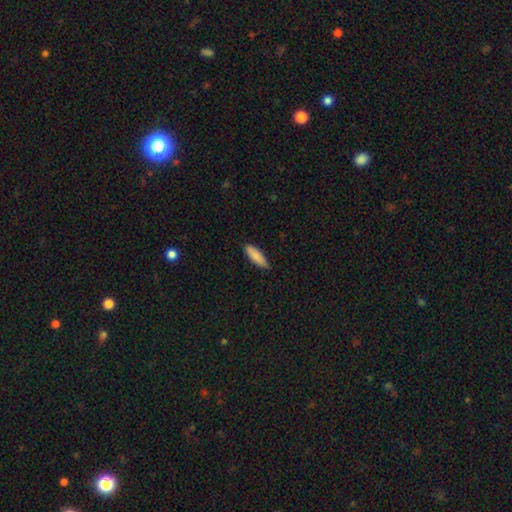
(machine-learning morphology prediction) A smooth galaxy with no disk features (86%) that is in between round and cigar-shaped (53%).

Vote fractions:
- Smooth or featured? smooth: 86% / featured or disk: 9% / star or artifact: 6%
- How rounded? in between: 53% / cigar-shaped: 45% / round: 2%
- Merging? none: 82% / minor disturbance: 15% / major disturbance: 2% / merger: 1%